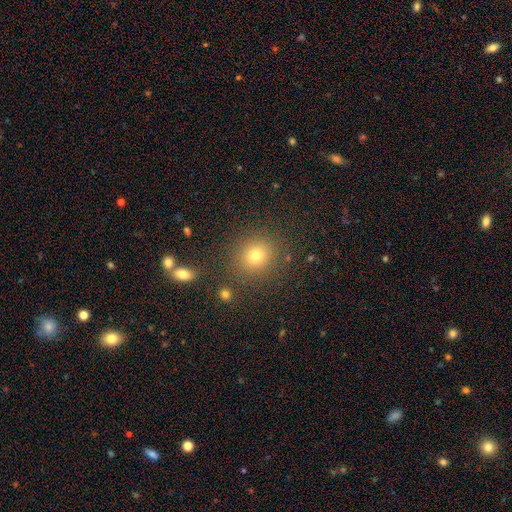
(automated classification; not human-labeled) This is likely a smooth galaxy (76%). How rounded: clearly round (82%). Merging: clearly none (86%).